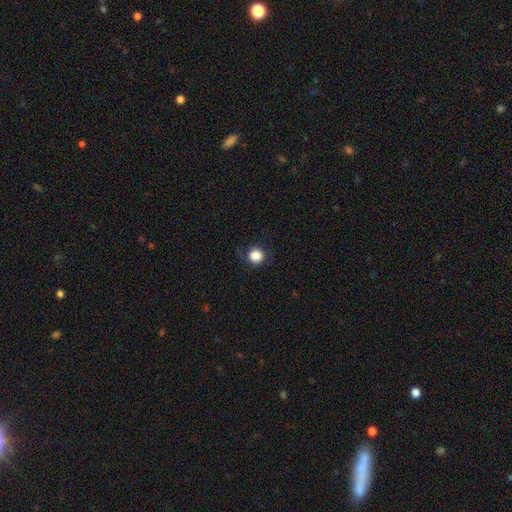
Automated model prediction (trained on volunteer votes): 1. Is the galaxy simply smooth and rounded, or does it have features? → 85% smooth, 10% star or artifact, 5% featured or disk.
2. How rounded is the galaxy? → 93% round, 6% in between, 1% cigar-shaped.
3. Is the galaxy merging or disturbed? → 84% none, 11% minor disturbance, 4% major disturbance, 1% merger.